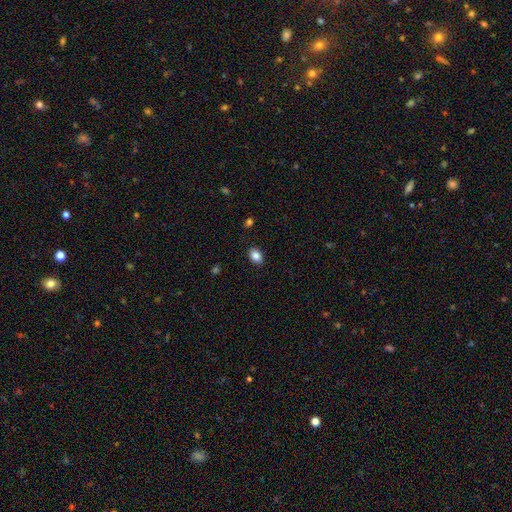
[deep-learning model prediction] This is clearly a smooth galaxy (85%). How rounded: likely in between (79%). Merging: clearly none (87%).